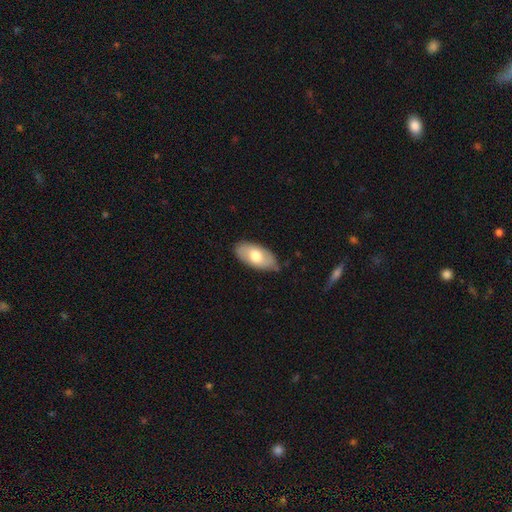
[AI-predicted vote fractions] A smooth galaxy with no disk features (68%) that is in between round and cigar-shaped (94%). Merging: none (79%).